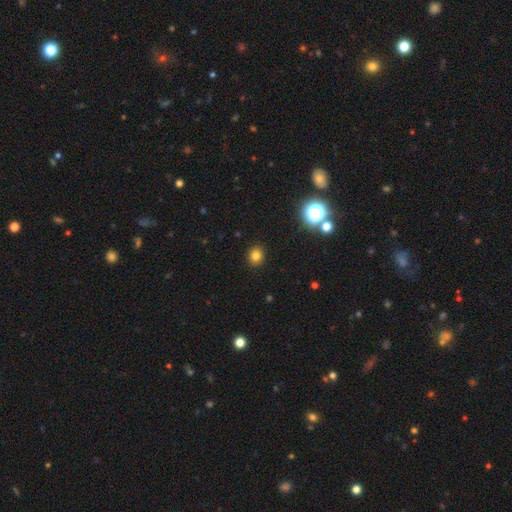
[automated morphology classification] This appears to be a smooth galaxy with no disk features (80%) that is round (81%). Merging: none (91%).